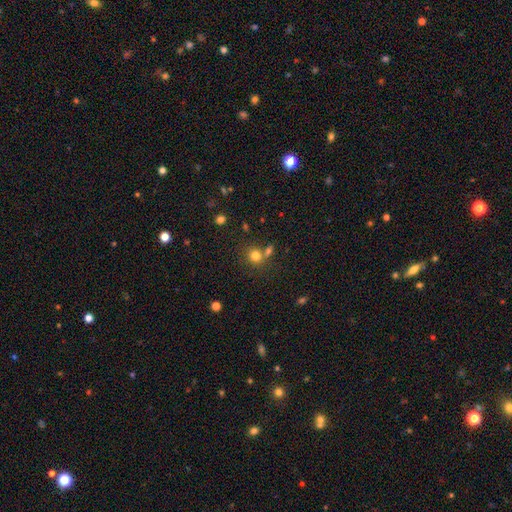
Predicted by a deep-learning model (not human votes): A smooth galaxy with no disk features (78%) that is round (82%). Merging: none (60%).